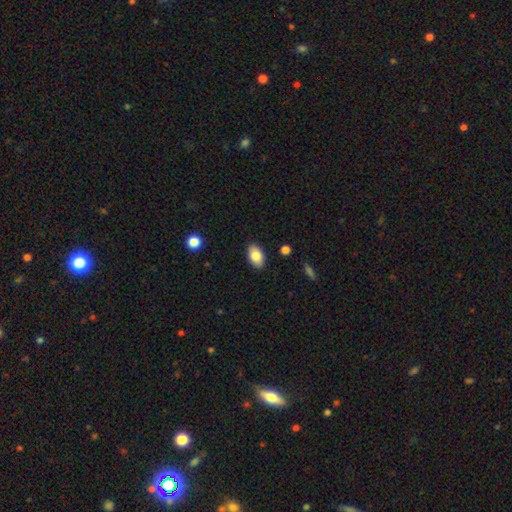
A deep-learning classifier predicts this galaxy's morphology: Smooth or featured?
  - smooth: 83% *
  - featured or disk: 10%
  - star or artifact: 7%
How rounded?
  - in between: 92% *
  - round: 6%
  - cigar-shaped: 2%
Merging?
  - none: 88% *
  - minor disturbance: 9%
  - major disturbance: 2%
  - merger: 1%